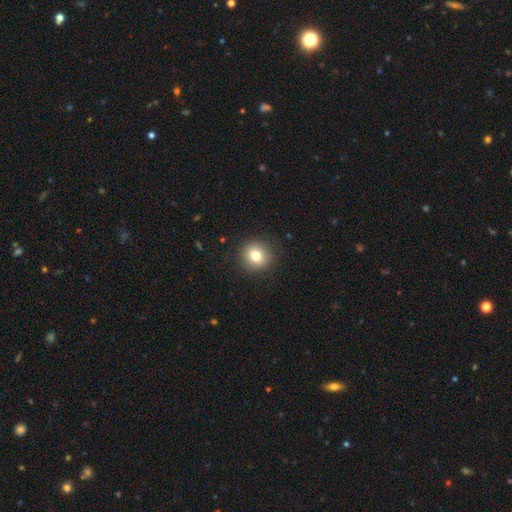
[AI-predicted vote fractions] Smooth or featured: smooth — 79% (star or artifact — 11%)
How rounded: round — 92% (in between — 7%)
Merging: none — 89% (minor disturbance — 7%)